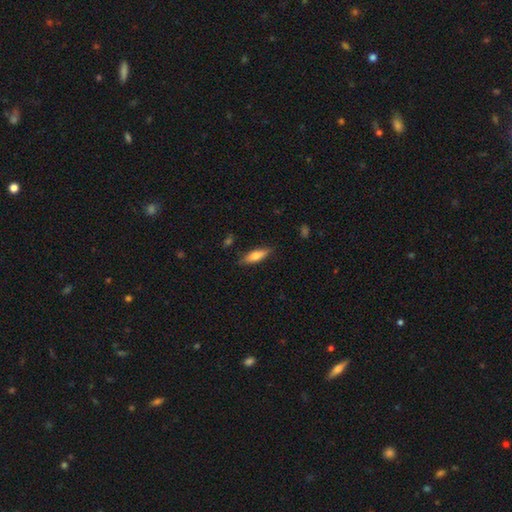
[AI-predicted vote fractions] Smooth or featured? Predicted: smooth (p=0.61). How rounded? Predicted: cigar-shaped (p=0.52). Merging? Predicted: none (p=0.84).